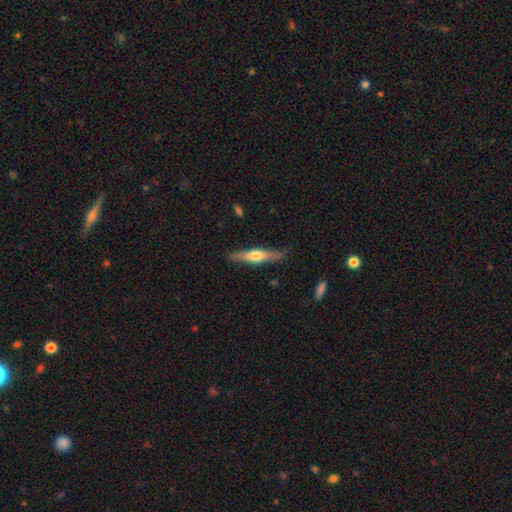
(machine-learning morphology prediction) Smooth or featured? featured or disk (57%)
Edge-on disk? yes (93%)
Edge-on bulge? rounded (88%)
Merging? none (82%)